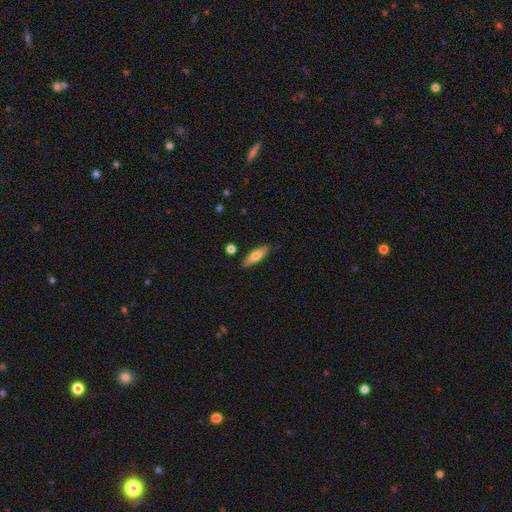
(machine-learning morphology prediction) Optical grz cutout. It shows a smooth galaxy with no disk features (66%) that is cigar-shaped (57%). Merging: none (85%).